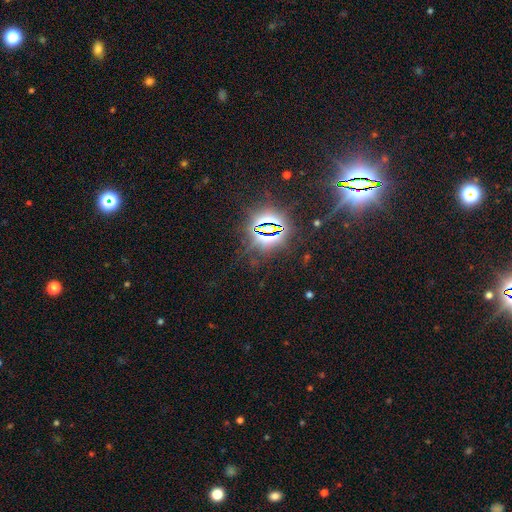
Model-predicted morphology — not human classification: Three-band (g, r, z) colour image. It shows a star or artifact, not a galaxy (84%).